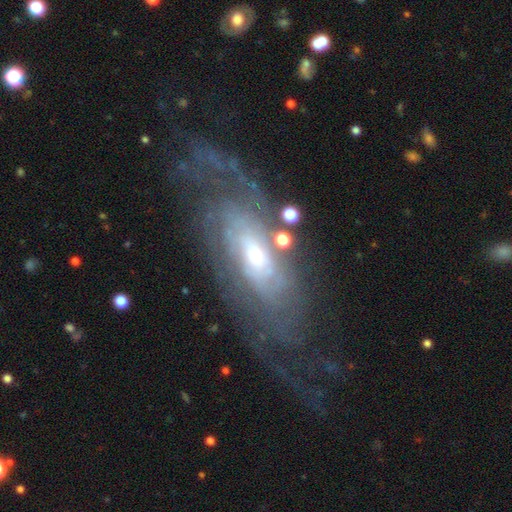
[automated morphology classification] The model was most divided on "bulge size": small: 50%, moderate: 42%, large: 5%, none: 2%, dominant: 1%. More confident: edge-on disk — no (87%); spiral arms — yes (85%); smooth or featured — featured or disk (79%); spiral winding — tight (66%); bar — no (65%); merging — none (61%); spiral arm count — can't tell (59%).